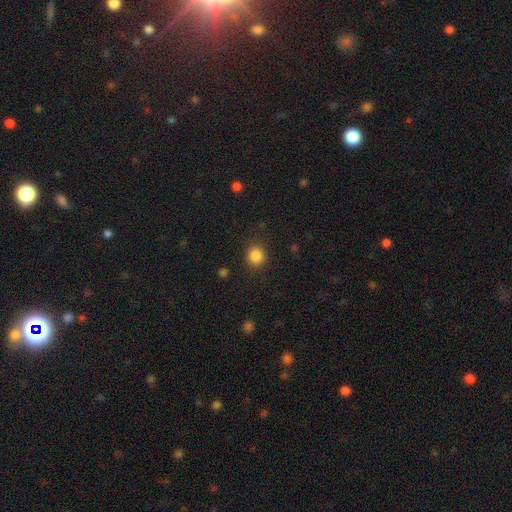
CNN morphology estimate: type=smooth (85%); roundness=round (88%); merging=none (89%).